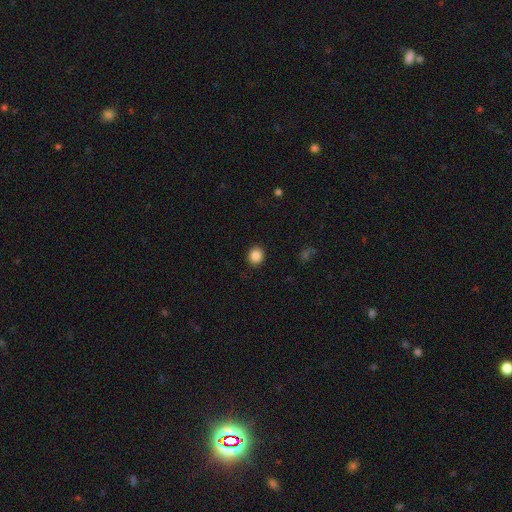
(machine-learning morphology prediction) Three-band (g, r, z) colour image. It shows a smooth galaxy with no disk features (86%) that is round (82%). Merging: none (91%).